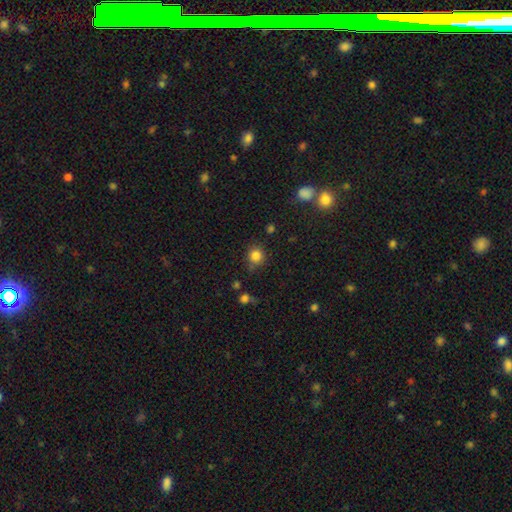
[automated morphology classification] A smooth galaxy with no disk features (83%) that is round (87%).

Vote fractions:
- Smooth or featured? smooth: 83% / star or artifact: 12% / featured or disk: 5%
- How rounded? round: 87% / in between: 12% / cigar-shaped: 1%
- Merging? none: 78% / minor disturbance: 14% / major disturbance: 4% / merger: 3%